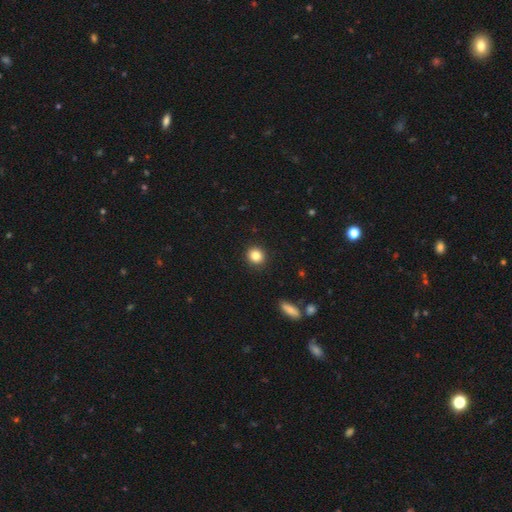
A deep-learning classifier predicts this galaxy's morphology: A smooth galaxy with no disk features (84%) that is round (88%). Merging: none (92%).